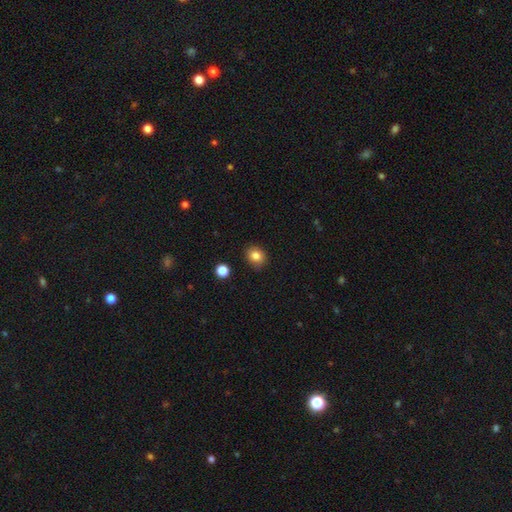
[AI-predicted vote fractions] A smooth galaxy with no disk features (83%) that is round (68%). Merging: none (86%).